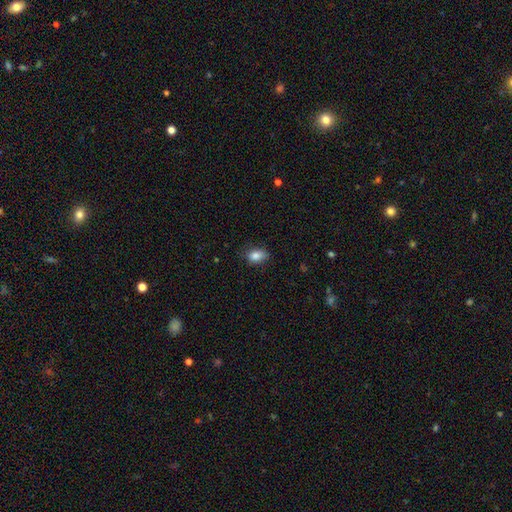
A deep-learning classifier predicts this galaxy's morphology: Smooth or featured? smooth (85%)
How rounded? in between (84%)
Merging? none (77%)